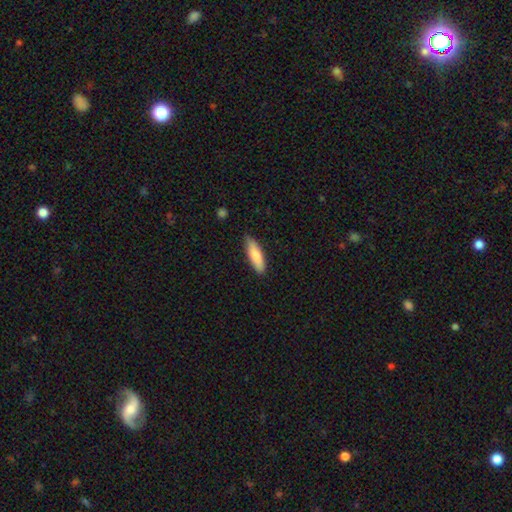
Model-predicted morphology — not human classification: A smooth galaxy with no disk features (84%) that is cigar-shaped (53%). Merging: none (82%).